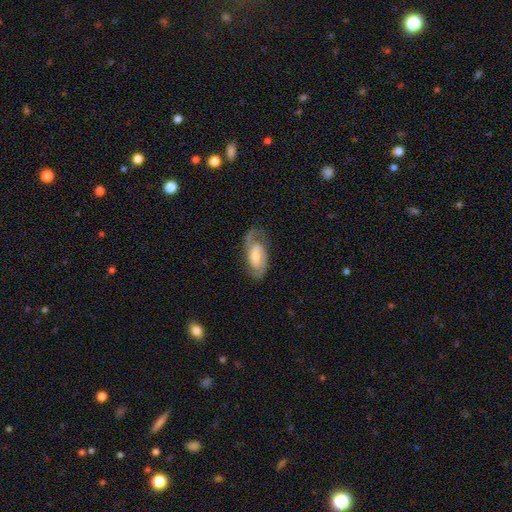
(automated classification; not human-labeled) This is likely a featured or disk galaxy (79%). It is clearly not viewed edge-on (95%). Bar: marginally weak (44%). Spiral arm pattern: clearly yes (93%). Spiral arm count: clearly 2 (84%). Spiral winding: possibly medium (48%). Central bulge: possibly moderate (51%). Merging: likely none (70%).